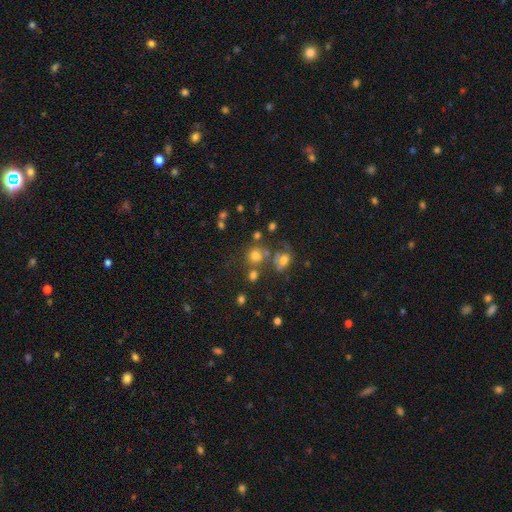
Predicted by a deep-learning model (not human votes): This appears to be a smooth galaxy with no disk features (67%) that is round (84%). Merging: none (61%).